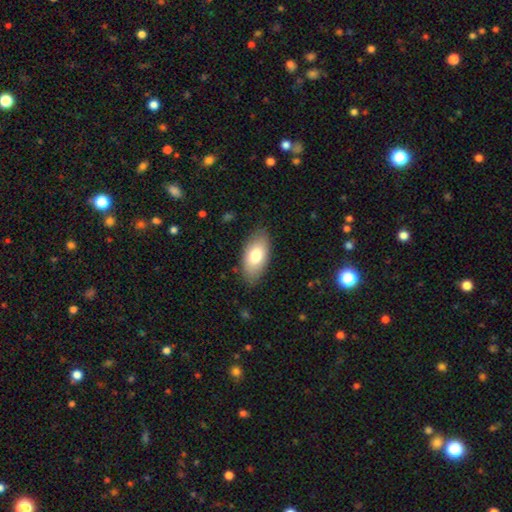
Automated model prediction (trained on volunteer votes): A smooth galaxy with no disk features (76%) that is in between round and cigar-shaped (92%). Merging: none (83%).